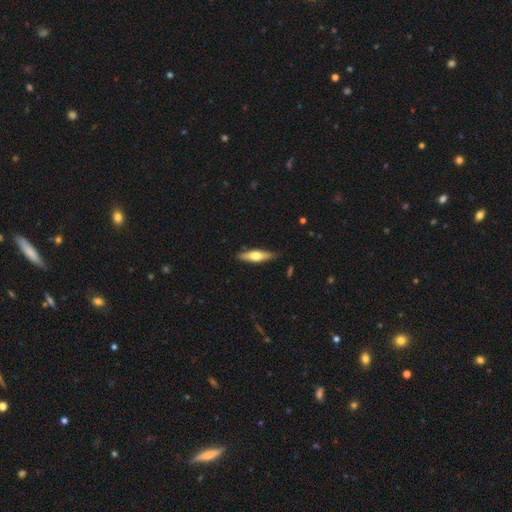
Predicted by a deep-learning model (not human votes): A smooth galaxy with no disk features (51%) that is cigar-shaped (68%). Merging: none (85%).